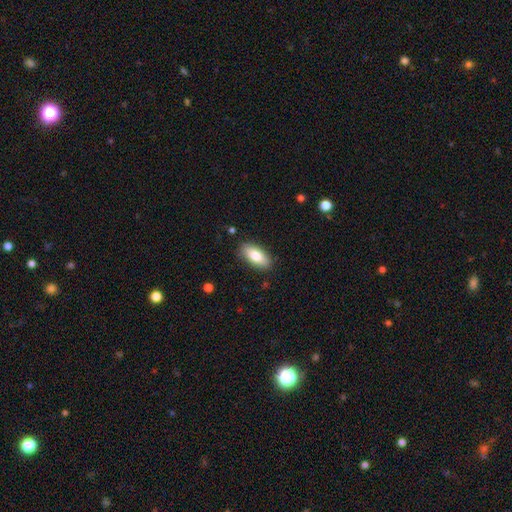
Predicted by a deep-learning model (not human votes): Smooth or featured: smooth — 79% (featured or disk — 15%)
How rounded: in between — 83% (cigar-shaped — 15%)
Merging: none — 87% (minor disturbance — 10%)